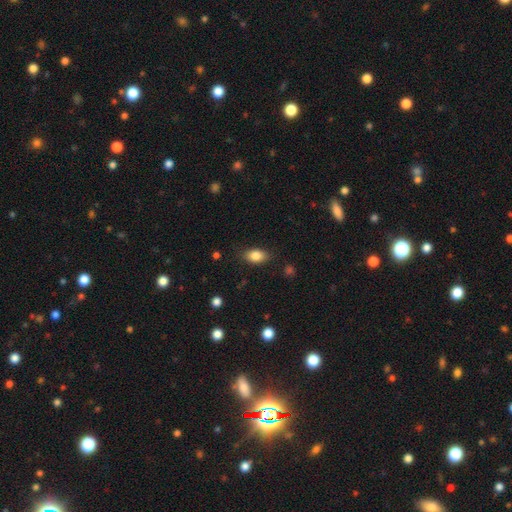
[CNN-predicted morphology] A smooth galaxy with no disk features (84%) that is in between round and cigar-shaped (86%).

Vote fractions:
- Smooth or featured? smooth: 84% / star or artifact: 8% / featured or disk: 7%
- How rounded? in between: 86% / round: 11% / cigar-shaped: 3%
- Merging? none: 82% / minor disturbance: 13% / major disturbance: 3% / merger: 1%